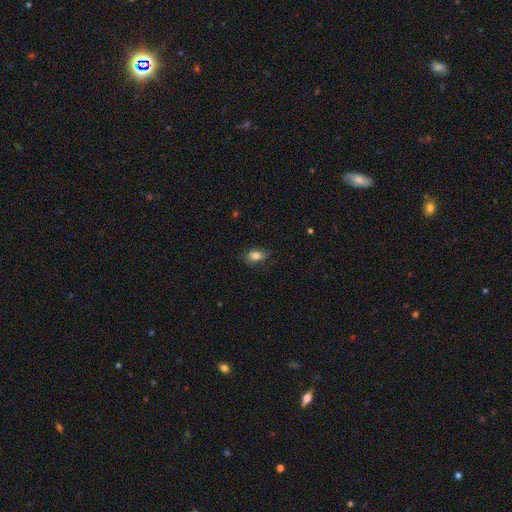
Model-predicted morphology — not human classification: This appears to be a smooth galaxy with no disk features (79%) that is in between round and cigar-shaped (86%). Merging: none (73%).